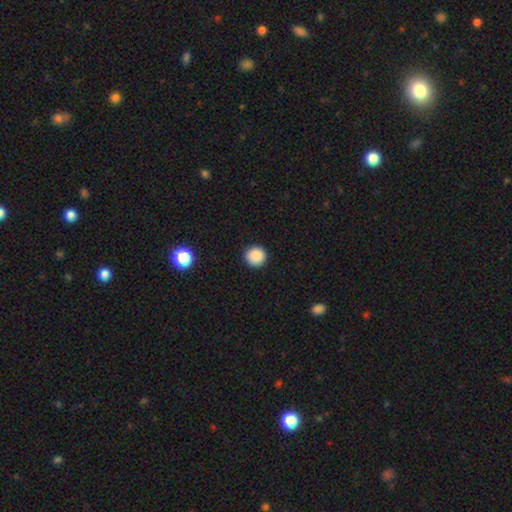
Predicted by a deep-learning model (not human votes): The model was most divided on "smooth or featured": smooth: 88%, star or artifact: 9%, featured or disk: 2%. More confident: how rounded — round (95%); merging — none (92%).